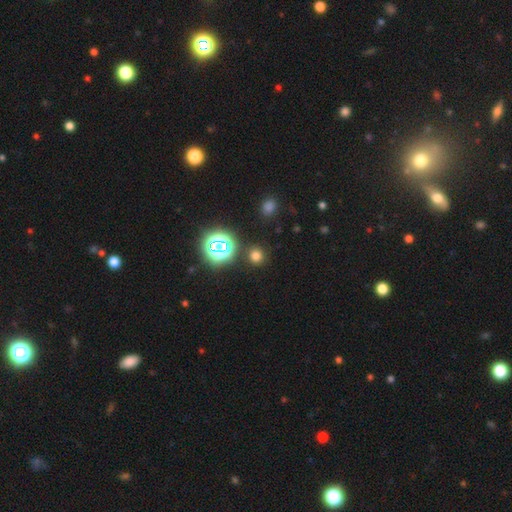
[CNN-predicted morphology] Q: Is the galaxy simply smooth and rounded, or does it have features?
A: smooth — 70%.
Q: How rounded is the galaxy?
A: round — 90%.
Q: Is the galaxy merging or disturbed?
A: none — 87%.